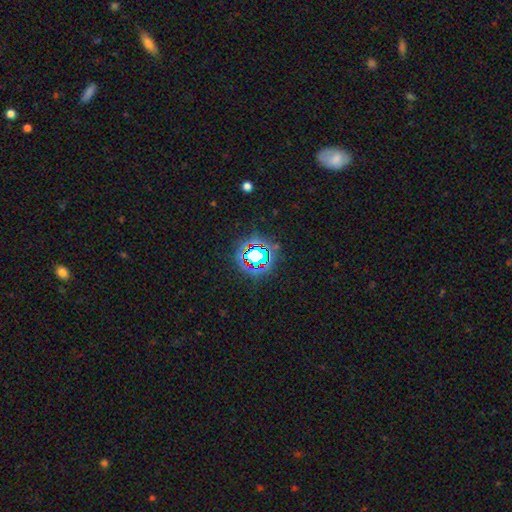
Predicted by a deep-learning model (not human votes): smooth_or_featured: star or artifact (p=0.71) [alt: smooth p=0.17]